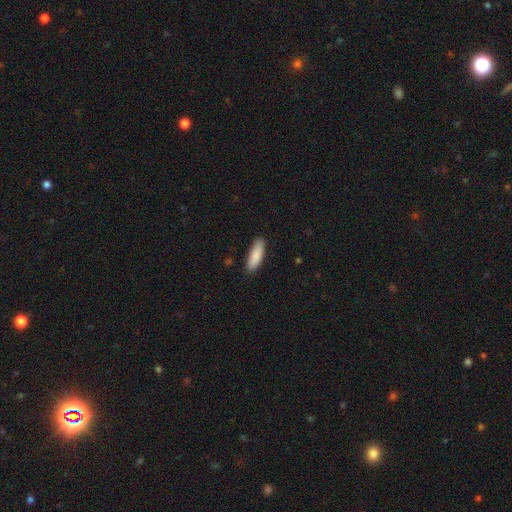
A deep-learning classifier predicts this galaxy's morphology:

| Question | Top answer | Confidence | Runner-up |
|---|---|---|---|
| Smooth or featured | smooth | 88% | featured or disk (7%) |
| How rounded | in between | 55% | cigar-shaped (44%) |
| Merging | none | 86% | minor disturbance (11%) |